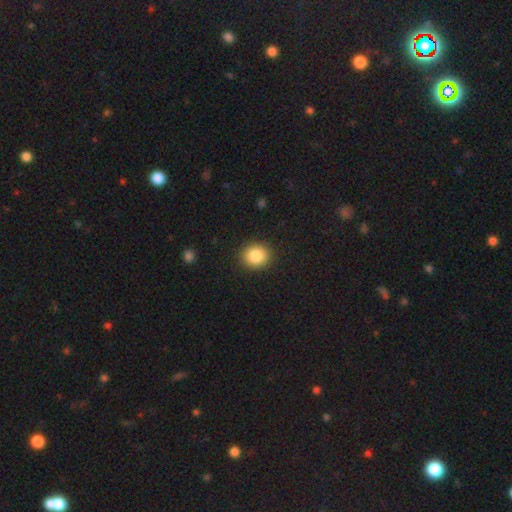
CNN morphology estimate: A smooth galaxy with no disk features (86%) that is round (80%).

Vote fractions:
- Smooth or featured? smooth: 86% / star or artifact: 9% / featured or disk: 5%
- How rounded? round: 80% / in between: 19% / cigar-shaped: 1%
- Merging? none: 90% / minor disturbance: 7% / major disturbance: 2% / merger: 1%